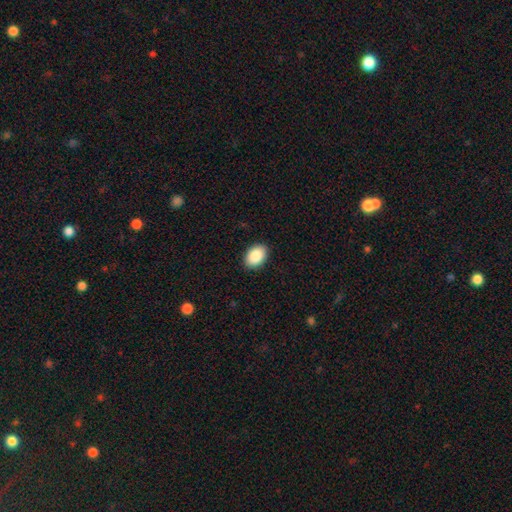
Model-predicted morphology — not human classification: Smooth or featured?
  - smooth: 88% *
  - star or artifact: 7%
  - featured or disk: 5%
How rounded?
  - in between: 86% *
  - round: 13%
  - cigar-shaped: 1%
Merging?
  - none: 90% *
  - minor disturbance: 7%
  - major disturbance: 2%
  - merger: 1%